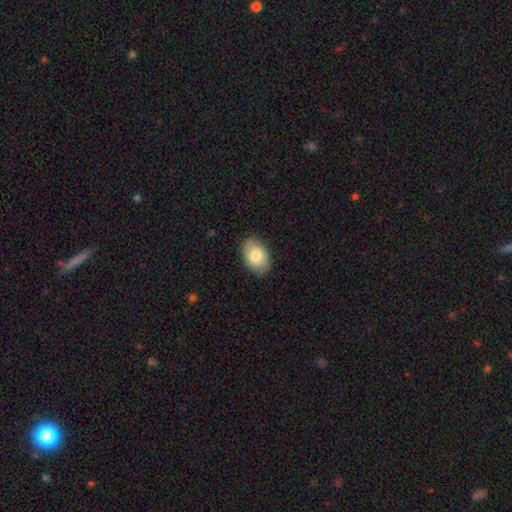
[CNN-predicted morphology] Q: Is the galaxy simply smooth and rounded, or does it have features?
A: smooth — 82%.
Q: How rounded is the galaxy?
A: in between — 88%.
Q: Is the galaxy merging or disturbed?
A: none — 87%.